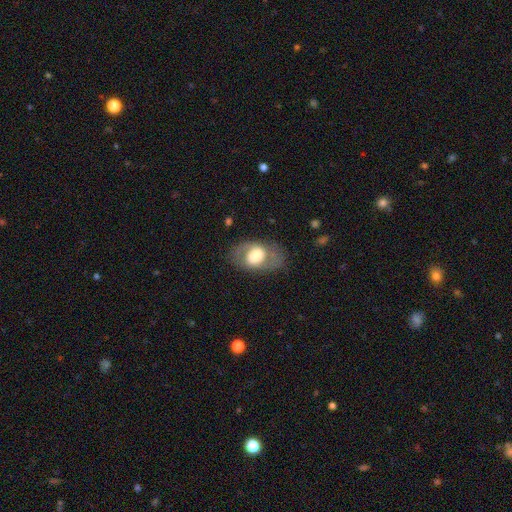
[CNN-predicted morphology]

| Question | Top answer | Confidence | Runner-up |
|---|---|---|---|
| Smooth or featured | smooth | 49% | featured or disk (44%) |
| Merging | none | 70% | minor disturbance (17%) |